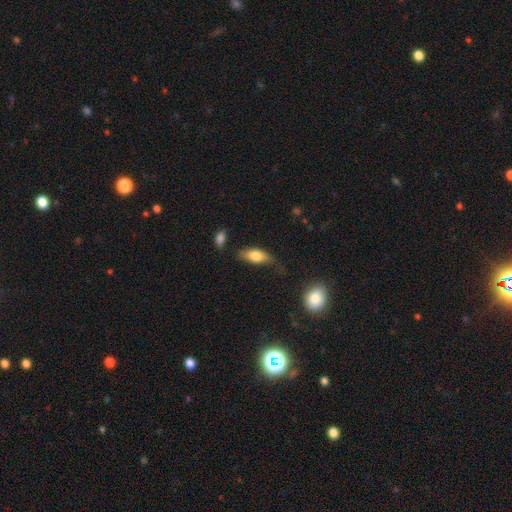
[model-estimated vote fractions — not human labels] Morphology: type=smooth (76%); roundness=in between (80%); merging=none (57%).